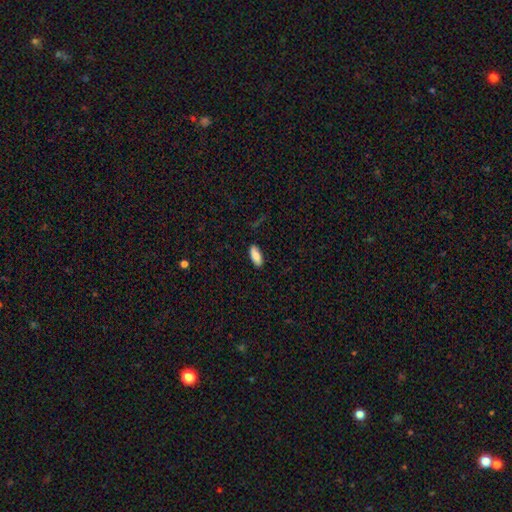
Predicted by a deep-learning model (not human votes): Smooth or featured? Predicted: smooth (p=0.87). How rounded? Predicted: in between (p=0.82). Merging? Predicted: none (p=0.86).